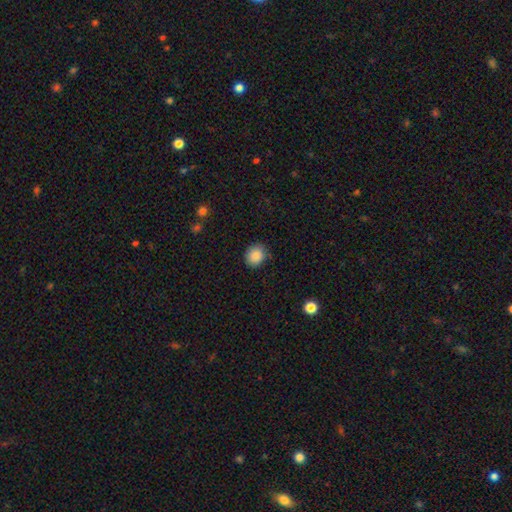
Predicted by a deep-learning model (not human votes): Smooth or featured? Predicted: smooth (p=0.88). How rounded? Predicted: round (p=0.73). Merging? Predicted: none (p=0.83).